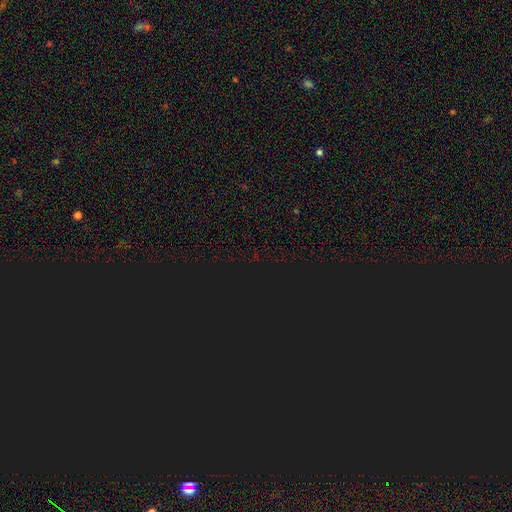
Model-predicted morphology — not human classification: type=star or artifact (79%).